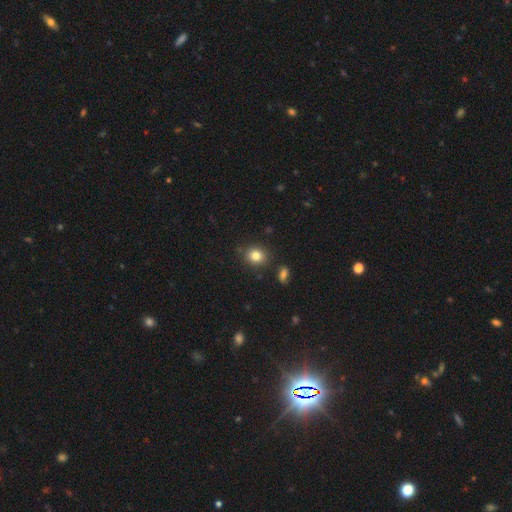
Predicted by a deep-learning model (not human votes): The model was most divided on "how rounded": round: 74%, in between: 25%, cigar-shaped: 1%. More confident: merging — none (85%); smooth or featured — smooth (82%).